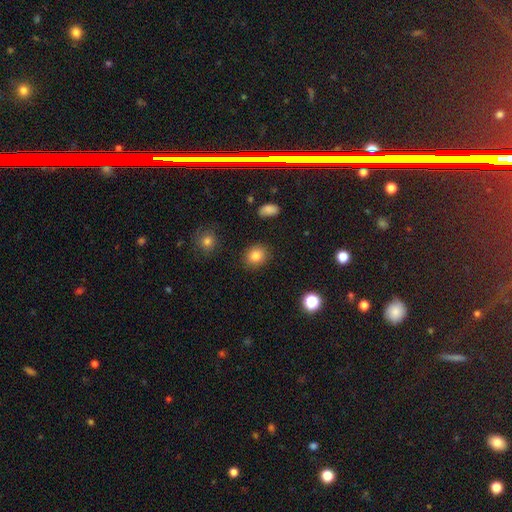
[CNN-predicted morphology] A smooth galaxy with no disk features (83%) that is round (73%).

Vote fractions:
- Smooth or featured? smooth: 83% / star or artifact: 11% / featured or disk: 6%
- How rounded? round: 73% / in between: 26% / cigar-shaped: 1%
- Merging? none: 88% / minor disturbance: 8% / major disturbance: 2% / merger: 2%